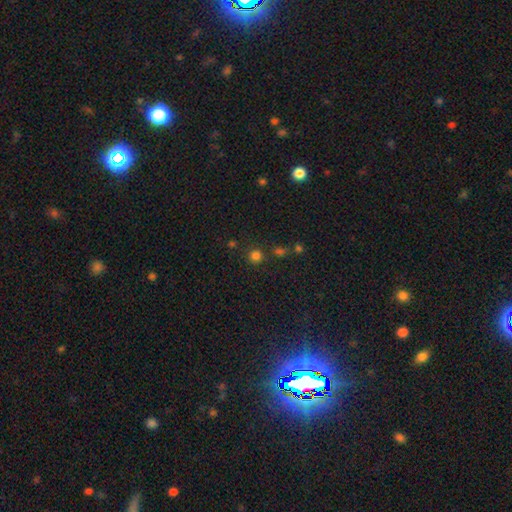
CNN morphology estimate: smooth_or_featured: smooth (p=0.76) [alt: star or artifact p=0.19]
how_rounded: round (p=0.93) [alt: in between p=0.06]
merging: none (p=0.82) [alt: minor disturbance p=0.08]